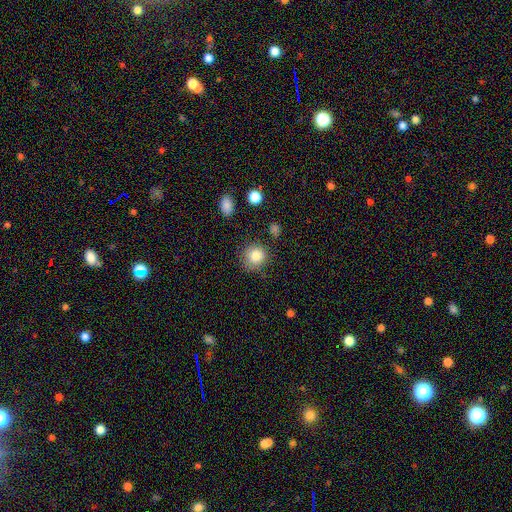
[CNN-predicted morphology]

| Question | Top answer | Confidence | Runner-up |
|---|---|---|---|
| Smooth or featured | smooth | 84% | star or artifact (10%) |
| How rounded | round | 87% | in between (12%) |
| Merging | none | 79% | minor disturbance (14%) |